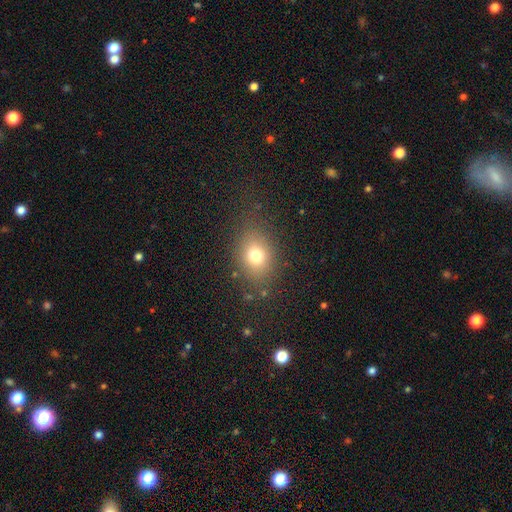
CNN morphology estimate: Overall: smooth (73%). How rounded: in between (55%; round 44%). Merging: none (80%).